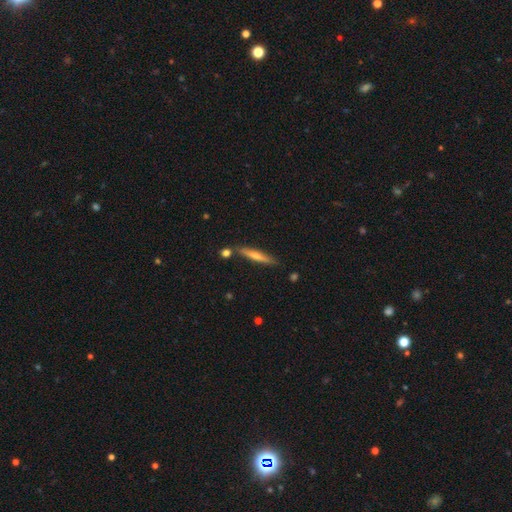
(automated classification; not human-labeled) smooth 49%, featured or disk 45%, star or artifact 6%. Down the decision tree: merging — none (81%).